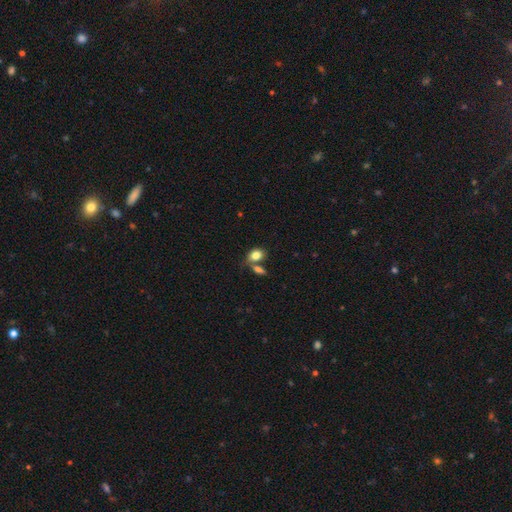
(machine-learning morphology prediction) Smooth or featured? Predicted: smooth (p=0.81). How rounded? Predicted: in between (p=0.76). Merging? Predicted: none (p=0.46).